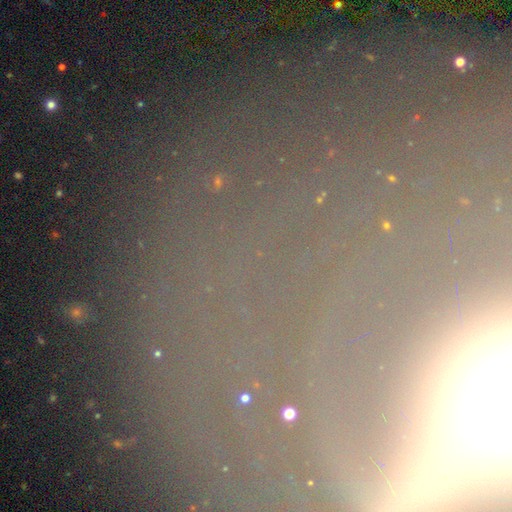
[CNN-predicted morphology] star or artifact 55%, featured or disk 26%, smooth 20%.